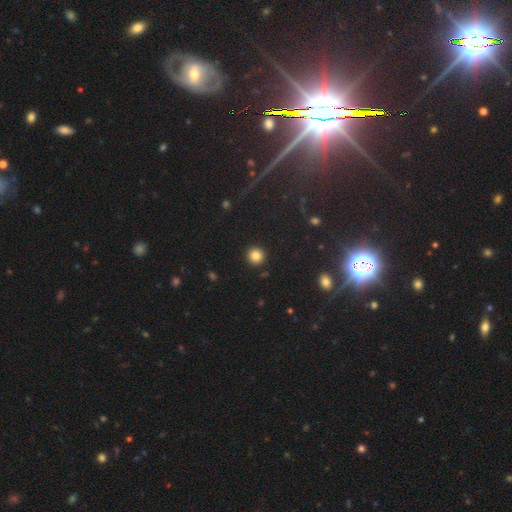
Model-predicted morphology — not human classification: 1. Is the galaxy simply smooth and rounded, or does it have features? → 84% smooth, 12% star or artifact, 5% featured or disk.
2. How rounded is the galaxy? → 95% round, 4% in between, 1% cigar-shaped.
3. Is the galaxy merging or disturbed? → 93% none, 4% minor disturbance, 2% major disturbance, 1% merger.